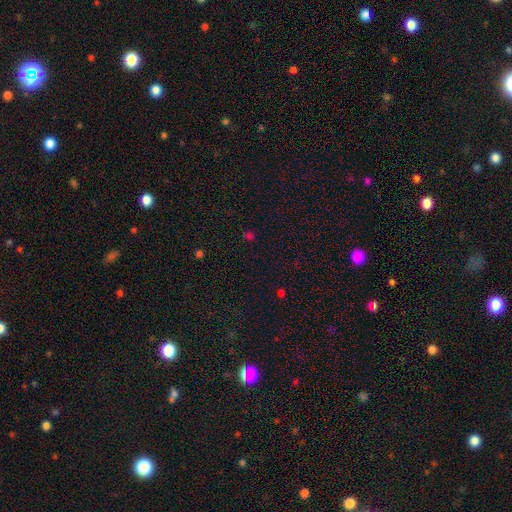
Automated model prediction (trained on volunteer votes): Q: Smooth or featured?
A: star or artifact (50%); runner-up: smooth (44%)